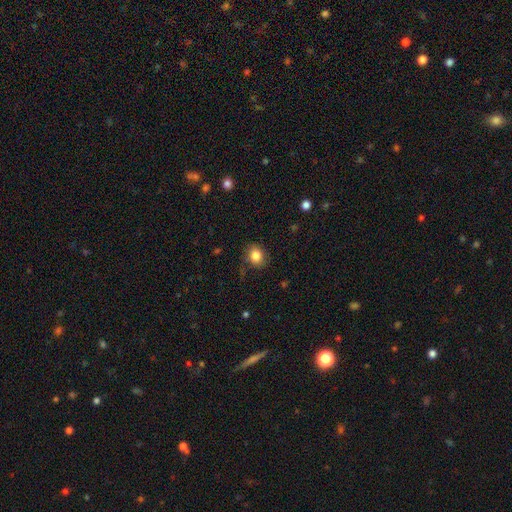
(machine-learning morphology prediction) The model was most divided on "how rounded": round: 62%, in between: 37%, cigar-shaped: 1%. More confident: smooth or featured — smooth (85%); merging — none (80%).